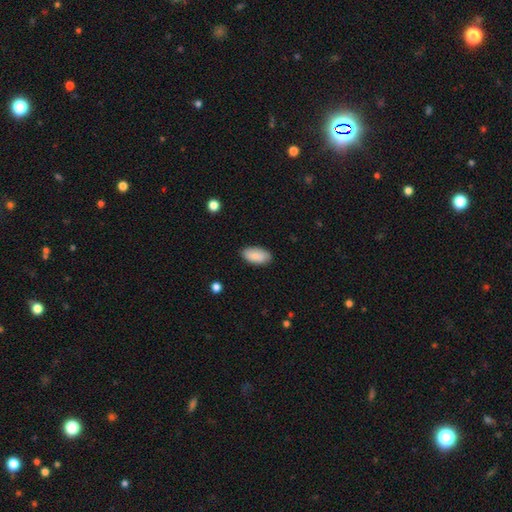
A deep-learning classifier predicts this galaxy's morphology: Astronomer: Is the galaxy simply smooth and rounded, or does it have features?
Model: smooth — 86%.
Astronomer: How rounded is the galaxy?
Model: in between — 95%.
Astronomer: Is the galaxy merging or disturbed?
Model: none — 85%.